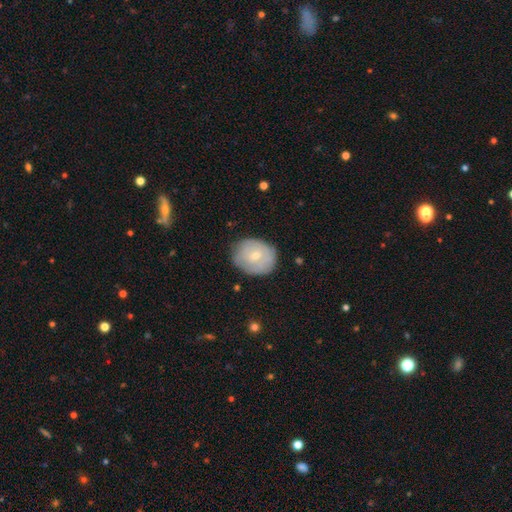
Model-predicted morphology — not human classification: Smooth or featured? smooth (57%)
How rounded? round (58%)
Merging? none (75%)